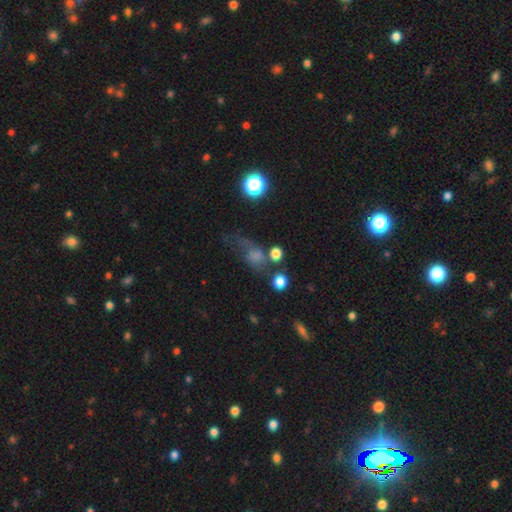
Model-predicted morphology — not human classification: A smooth galaxy with no disk features (48%).

Vote fractions:
- Smooth or featured? smooth: 48% / star or artifact: 27% / featured or disk: 24%
- Merging? none: 40% / major disturbance: 27% / minor disturbance: 23% / merger: 11%